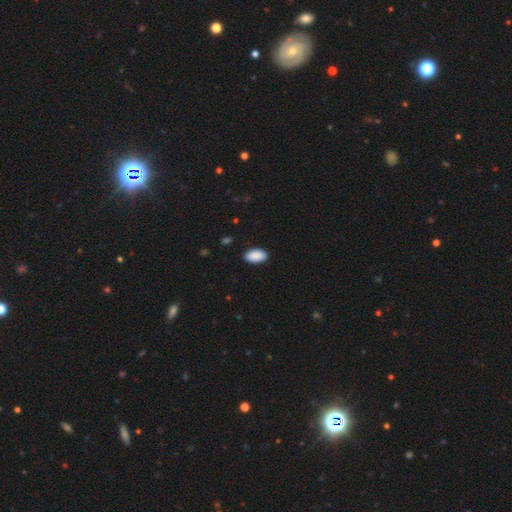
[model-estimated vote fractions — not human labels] Smooth or featured? Predicted: smooth (p=0.91). How rounded? Predicted: in between (p=0.95). Merging? Predicted: none (p=0.89).